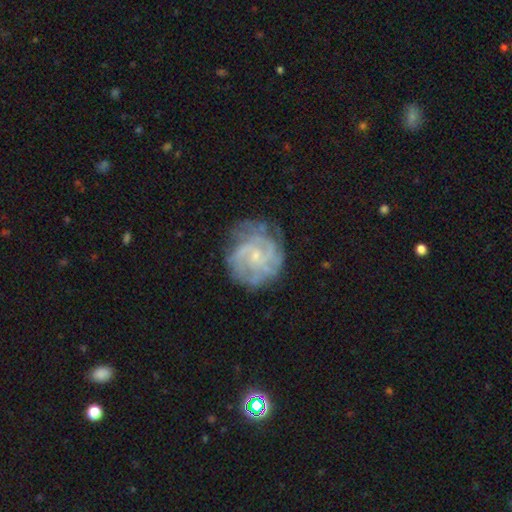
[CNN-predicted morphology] This appears to be a featured or disk galaxy (78%) with no bar (69%), tight (61%) spiral arms (90%) and a small central bulge (76%). Merging: none (70%).